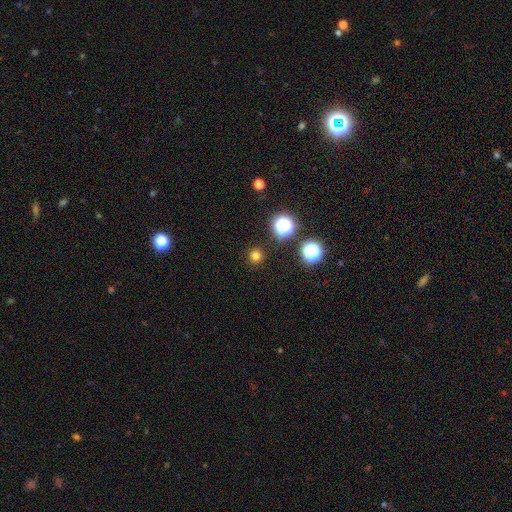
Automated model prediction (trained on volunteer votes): smooth 75%, star or artifact 20%, featured or disk 5%. Down the decision tree: how rounded — round (95%); merging — none (92%).